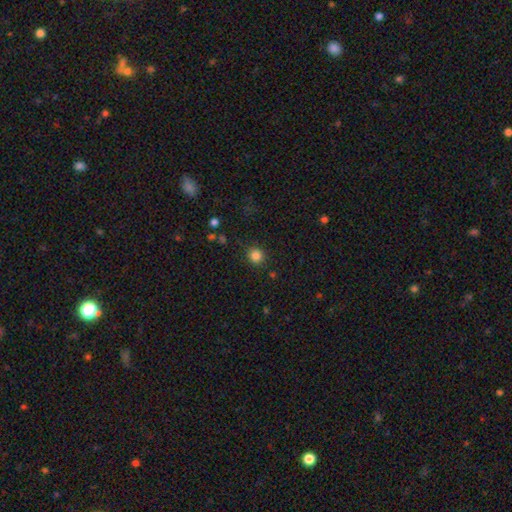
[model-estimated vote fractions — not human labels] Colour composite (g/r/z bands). It shows a smooth galaxy with no disk features (84%) that is round (92%). Merging: none (88%).